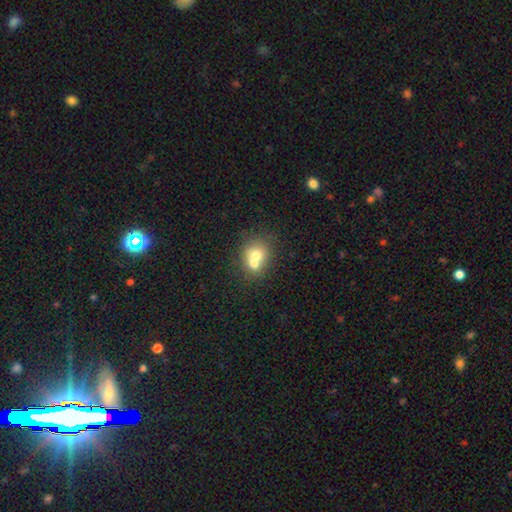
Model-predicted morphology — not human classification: Q: Smooth or featured?
A: smooth (65%); runner-up: featured or disk (24%)
Q: How rounded?
A: round (72%); runner-up: in between (27%)
Q: Merging?
A: merger (63%); runner-up: none (28%)